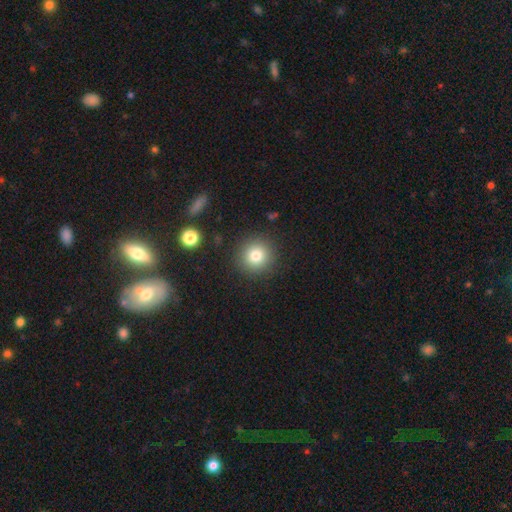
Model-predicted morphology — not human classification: type=smooth (79%); roundness=round (94%); merging=none (89%).